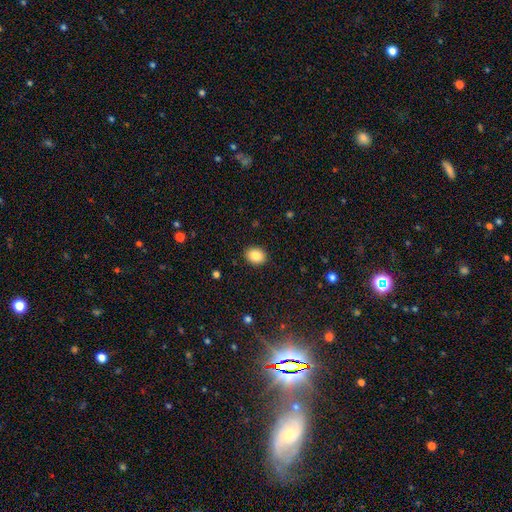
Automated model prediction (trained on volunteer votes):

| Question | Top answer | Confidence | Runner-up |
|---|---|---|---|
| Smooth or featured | smooth | 86% | star or artifact (9%) |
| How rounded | in between | 53% | round (46%) |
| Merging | none | 91% | minor disturbance (7%) |